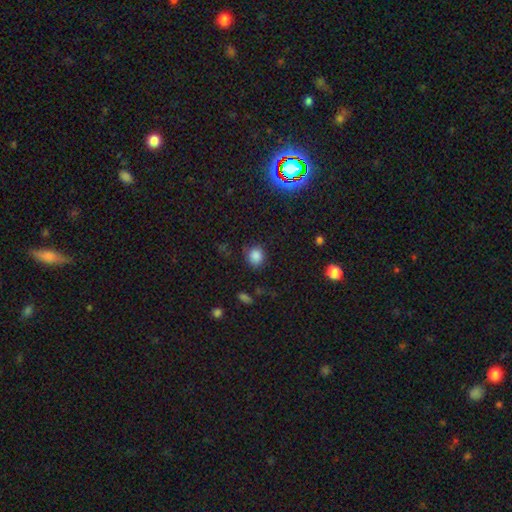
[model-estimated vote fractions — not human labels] This is clearly a smooth galaxy (84%). How rounded: clearly round (82%). Merging: likely none (80%).